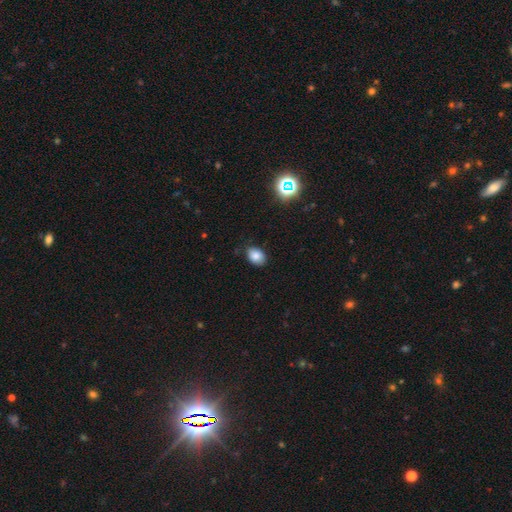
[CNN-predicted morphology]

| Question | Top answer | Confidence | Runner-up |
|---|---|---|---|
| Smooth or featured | smooth | 83% | star or artifact (11%) |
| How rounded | in between | 71% | round (28%) |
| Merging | none | 80% | minor disturbance (16%) |